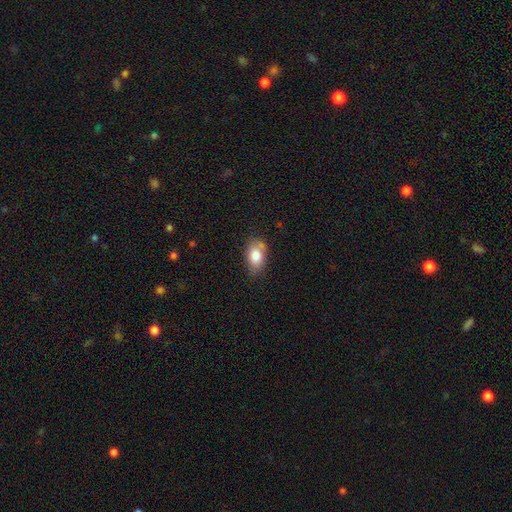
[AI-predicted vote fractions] Smooth or featured? Predicted: smooth (p=0.80). How rounded? Predicted: in between (p=0.87). Merging? Predicted: none (p=0.61).